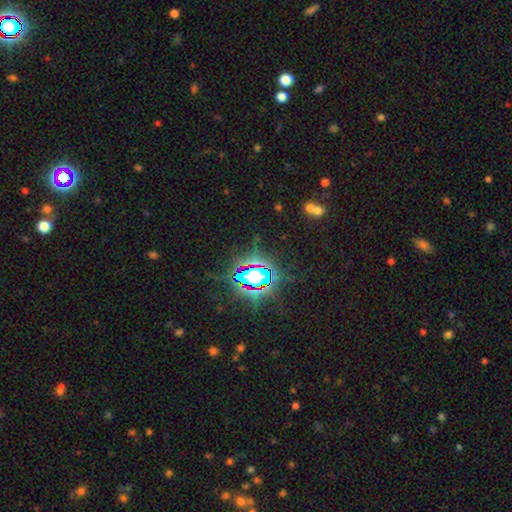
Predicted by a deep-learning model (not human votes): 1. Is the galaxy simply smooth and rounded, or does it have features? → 78% star or artifact, 12% smooth, 10% featured or disk.